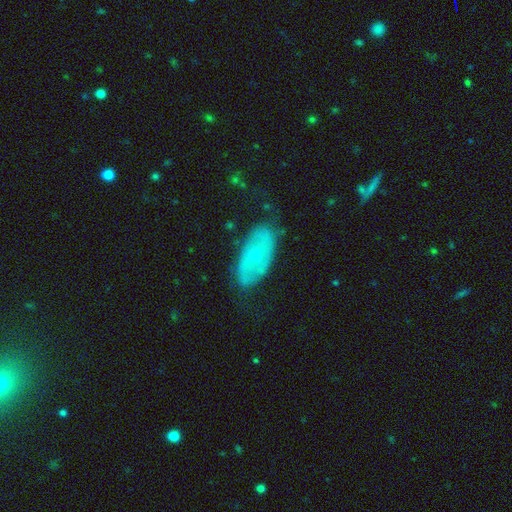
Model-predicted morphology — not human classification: This is likely a featured or disk galaxy (63%). It is clearly not viewed edge-on (89%). Bar: likely no (79%). Spiral arm pattern: possibly yes (55%). Central bulge: likely small (71%). Merging: likely none (68%).